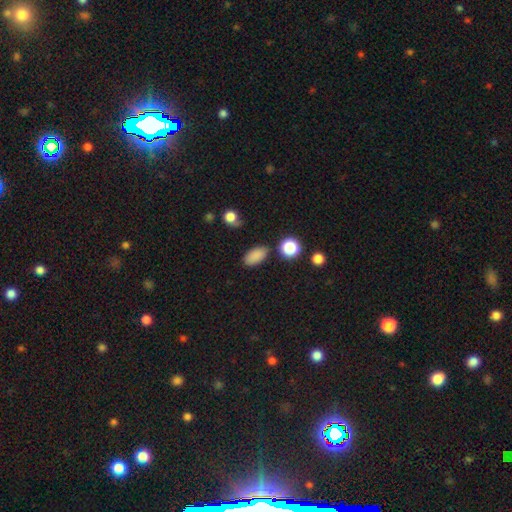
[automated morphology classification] smooth_or_featured: smooth (p=0.84) [alt: star or artifact p=0.11]
how_rounded: in between (p=0.90) [alt: round p=0.07]
merging: none (p=0.83) [alt: minor disturbance p=0.11]